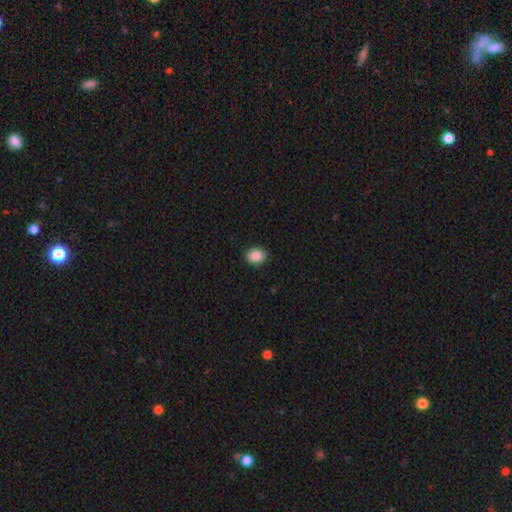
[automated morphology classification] smooth 88%, star or artifact 8%, featured or disk 4%. Down the decision tree: how rounded — in between (56%); merging — none (91%).